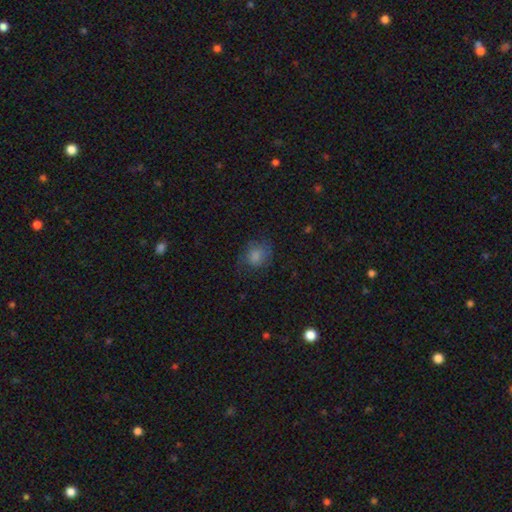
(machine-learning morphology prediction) The model was most divided on "how rounded": round: 62%, in between: 37%, cigar-shaped: 1%. More confident: smooth or featured — smooth (70%); merging — none (67%).